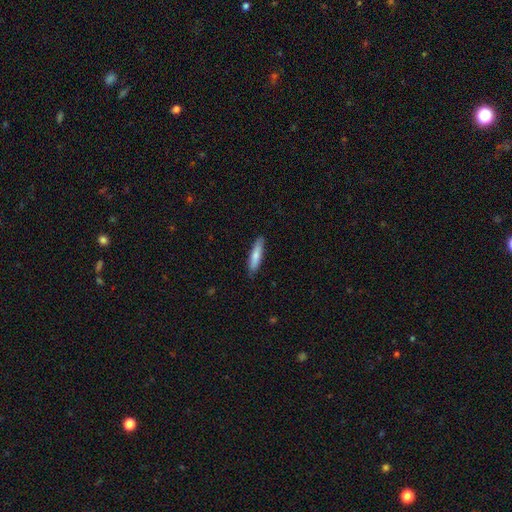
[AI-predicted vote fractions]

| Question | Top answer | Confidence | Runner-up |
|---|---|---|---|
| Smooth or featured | smooth | 75% | featured or disk (19%) |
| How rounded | cigar-shaped | 82% | in between (17%) |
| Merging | none | 86% | minor disturbance (11%) |